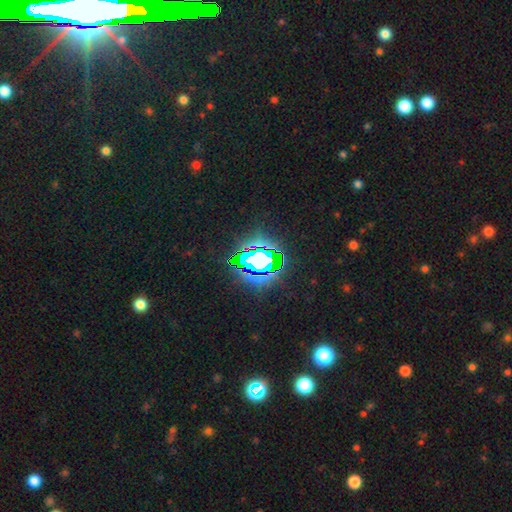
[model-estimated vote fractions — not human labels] smooth-or-featured: star or artifact: 78% | smooth: 13% | featured or disk: 9%